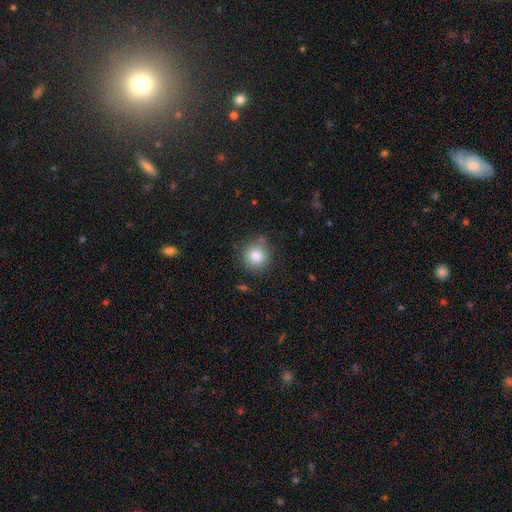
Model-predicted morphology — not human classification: Overall: smooth (80%). How rounded: round (93%). Merging: none (82%).